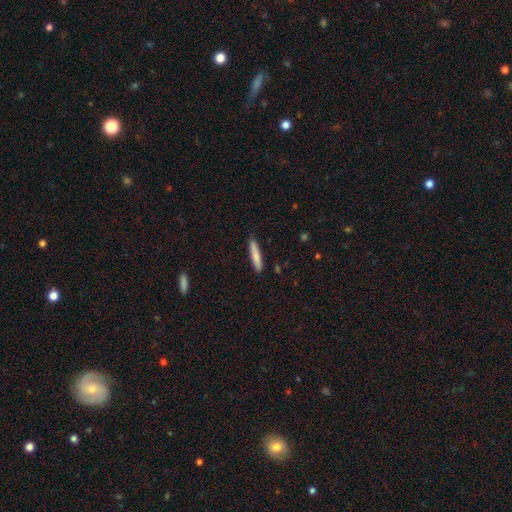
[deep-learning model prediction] Smooth or featured?
  - smooth: 80% *
  - featured or disk: 15%
  - star or artifact: 5%
How rounded?
  - cigar-shaped: 90% *
  - in between: 9%
  - round: 1%
Merging?
  - none: 89% *
  - minor disturbance: 8%
  - major disturbance: 2%
  - merger: 1%